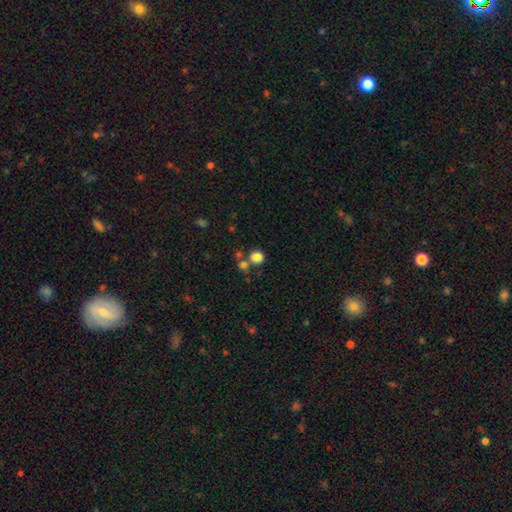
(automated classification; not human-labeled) A smooth galaxy with no disk features (53%) that is round (82%). Merging: none (65%).